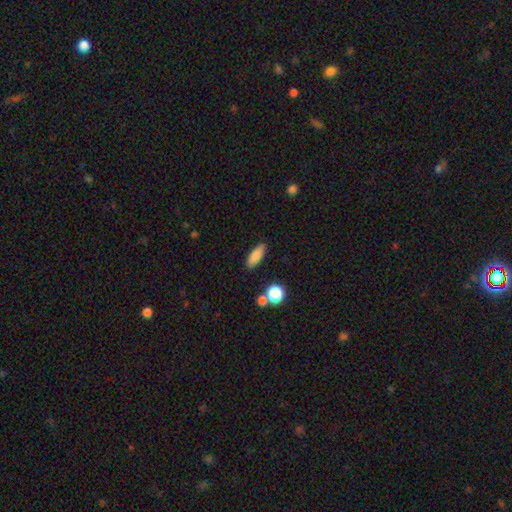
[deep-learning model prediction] Overall: smooth (83%). How rounded: in between (64%; cigar-shaped 32%). Merging: none (84%).